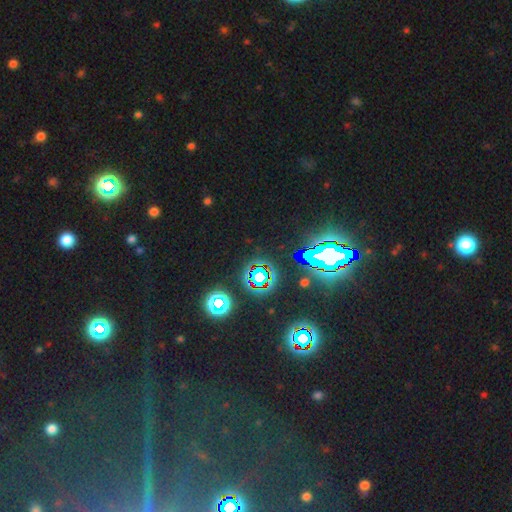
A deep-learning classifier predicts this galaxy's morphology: A star or artifact, not a galaxy (79%).